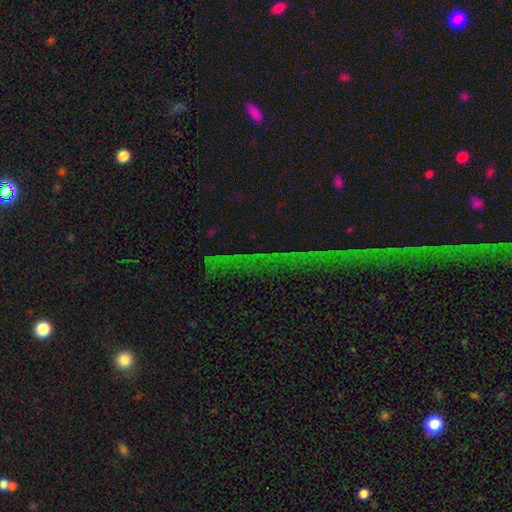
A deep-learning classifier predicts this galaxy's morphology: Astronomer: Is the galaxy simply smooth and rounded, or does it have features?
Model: star or artifact — 78%.